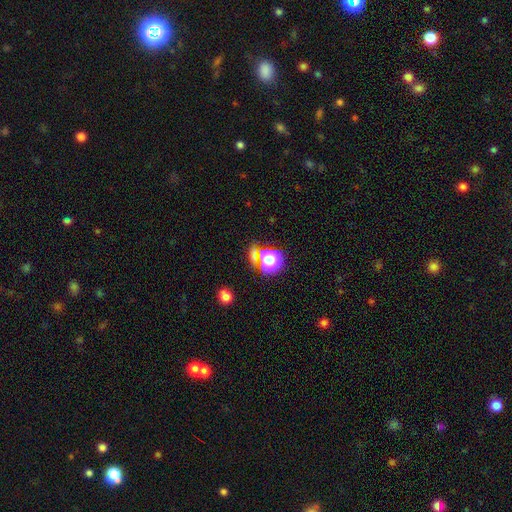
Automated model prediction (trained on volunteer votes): Morphology: type=smooth (46%); merging=none (74%).